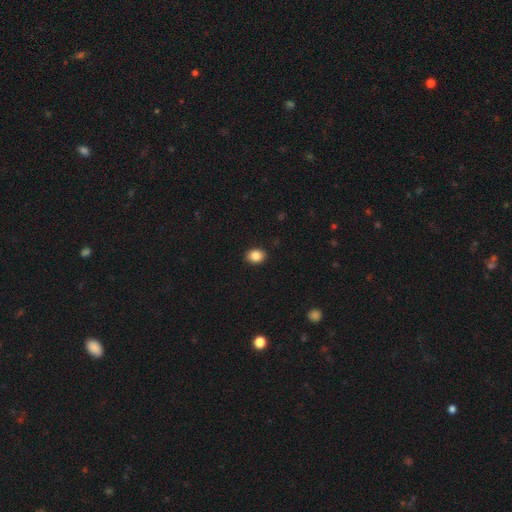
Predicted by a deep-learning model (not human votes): Smooth or featured? smooth (86%)
How rounded? in between (58%)
Merging? none (91%)